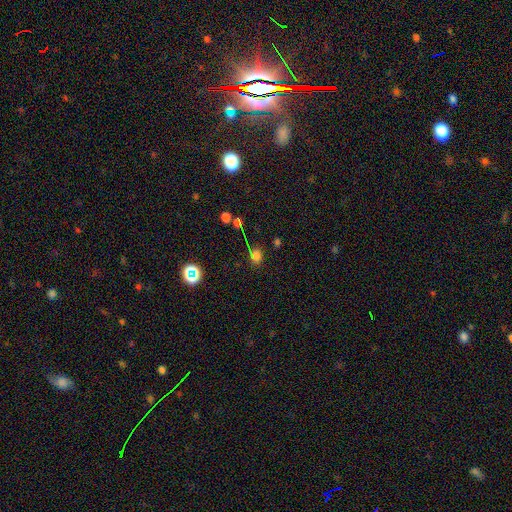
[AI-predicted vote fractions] Morphology: type=smooth (67%); roundness=round (60%); merging=none (65%).